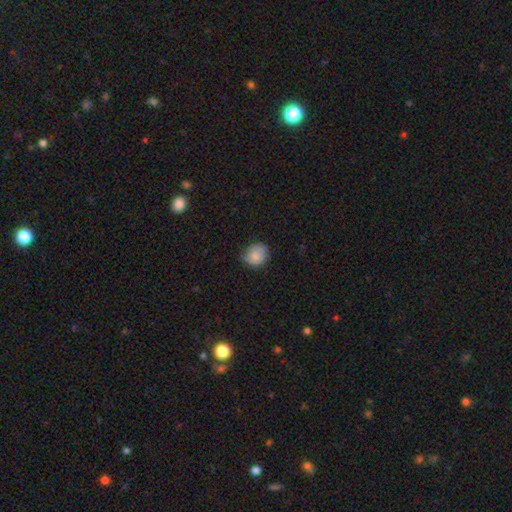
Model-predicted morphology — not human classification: A smooth galaxy with no disk features (83%) that is round (72%). Merging: none (62%).